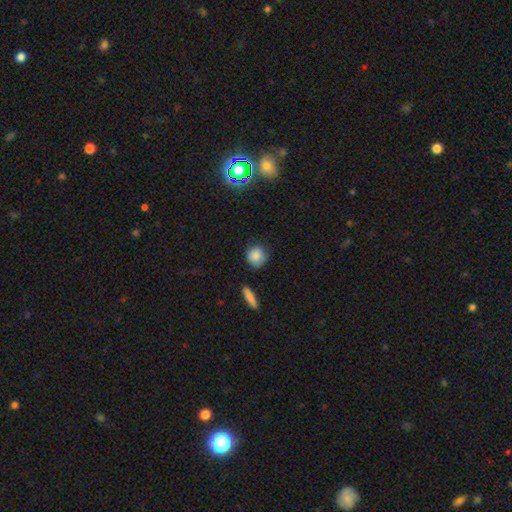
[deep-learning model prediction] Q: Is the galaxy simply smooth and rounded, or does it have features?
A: smooth — 83%.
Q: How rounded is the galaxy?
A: round — 86%.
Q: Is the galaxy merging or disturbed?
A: none — 76%.